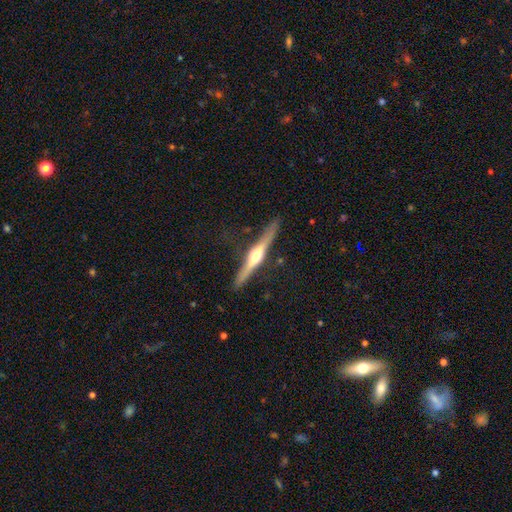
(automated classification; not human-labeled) This appears to be a featured or disk galaxy (78%) viewed edge-on (98%) with a rounded central bulge (92%). Merging: none (86%).